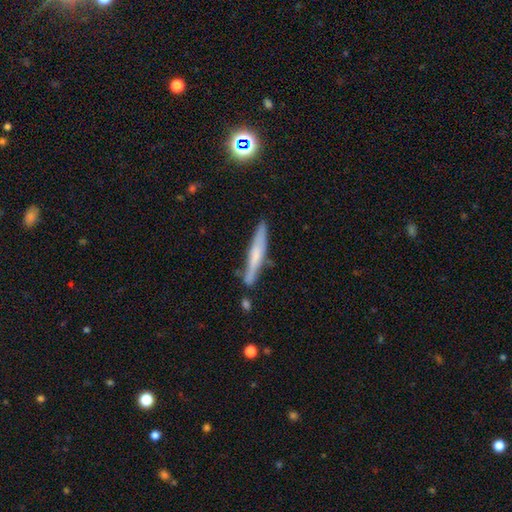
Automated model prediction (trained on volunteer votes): This is possibly a smooth galaxy (48%). Merging: likely none (77%).